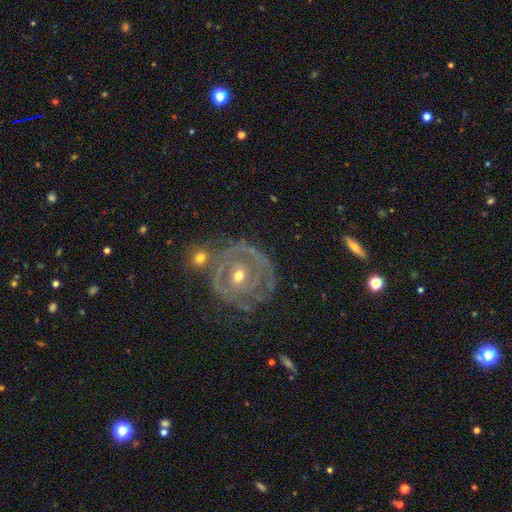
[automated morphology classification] Smooth or featured?
  - featured or disk: 83% *
  - smooth: 10%
  - star or artifact: 7%
Edge-on disk?
  - no: 96% *
  - yes: 4%
Bar?
  - no: 66% *
  - weak: 24%
  - strong: 10%
Spiral arms?
  - yes: 79% *
  - no: 21%
Spiral winding?
  - tight: 75% *
  - medium: 19%
  - loose: 6%
Spiral arm count?
  - 2: 36% *
  - can't tell: 31%
  - 3: 15%
  - 1: 9%
  - 4: 5%
  - more than 4: 4%
Bulge size?
  - moderate: 51% *
  - small: 45%
  - large: 2%
  - none: 1%
  - dominant: 1%
Merging?
  - none: 66% *
  - minor disturbance: 17%
  - major disturbance: 9%
  - merger: 9%